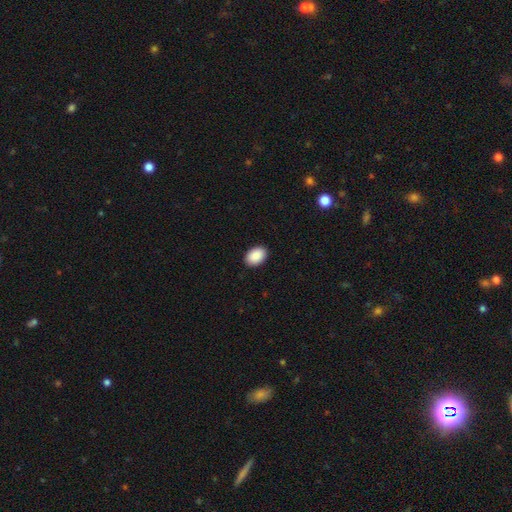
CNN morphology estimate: Smooth or featured?
  - smooth: 91% *
  - star or artifact: 6%
  - featured or disk: 3%
How rounded?
  - in between: 86% *
  - round: 13%
  - cigar-shaped: 1%
Merging?
  - none: 91% *
  - minor disturbance: 7%
  - major disturbance: 2%
  - merger: 1%